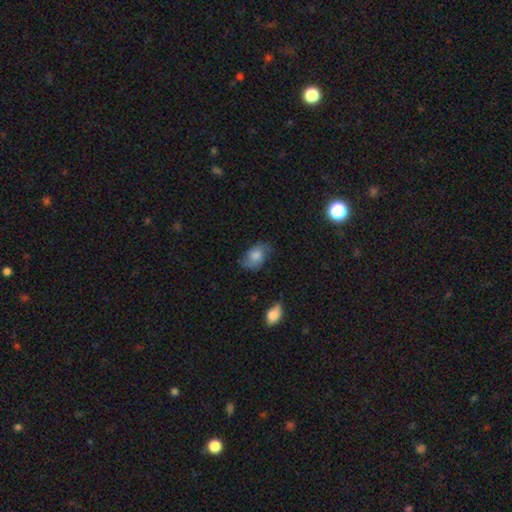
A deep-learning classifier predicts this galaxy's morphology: Overall: smooth (62%; featured or disk 30%). How rounded: in between (80%). Merging: none (60%; minor disturbance 28%).